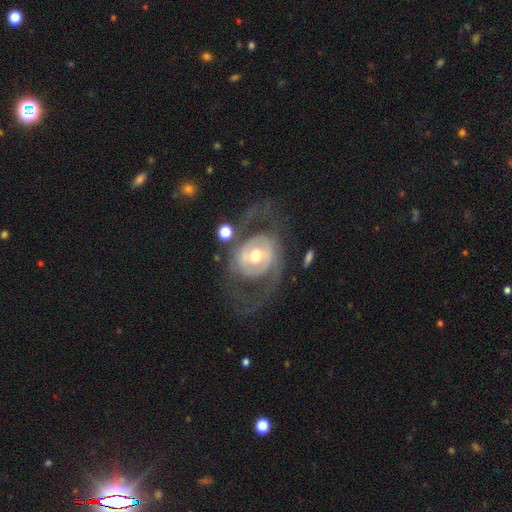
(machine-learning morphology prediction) This is likely a featured or disk galaxy (79%). It is clearly not viewed edge-on (95%). Bar: possibly no (46%). Spiral arm pattern: likely yes (62%). Central bulge: likely moderate (69%). Merging: possibly none (53%).